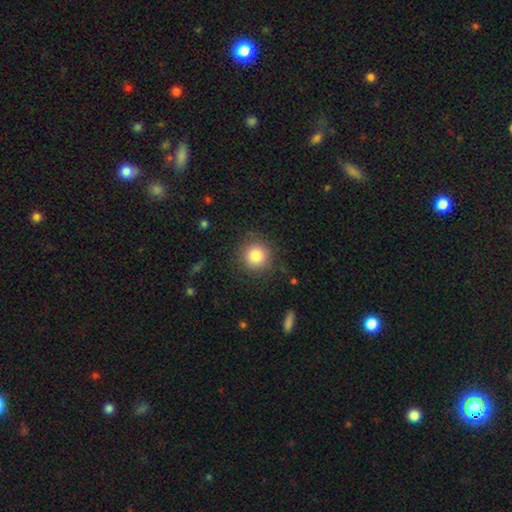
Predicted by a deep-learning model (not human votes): The model was most divided on "smooth or featured": smooth: 84%, star or artifact: 10%, featured or disk: 6%. More confident: how rounded — round (94%); merging — none (87%).